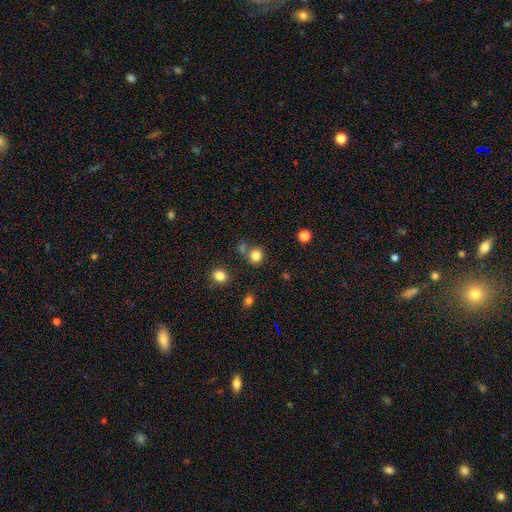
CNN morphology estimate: Smooth or featured: smooth — 81% (star or artifact — 13%)
How rounded: round — 81% (in between — 18%)
Merging: none — 69% (merger — 15%)